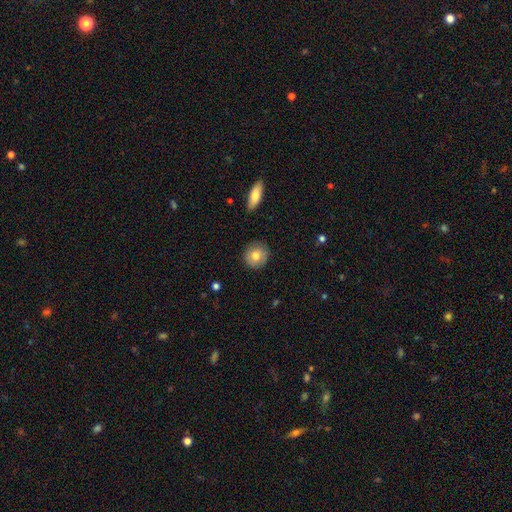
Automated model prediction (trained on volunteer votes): Morphology: type=smooth (78%); roundness=round (89%); merging=none (89%).